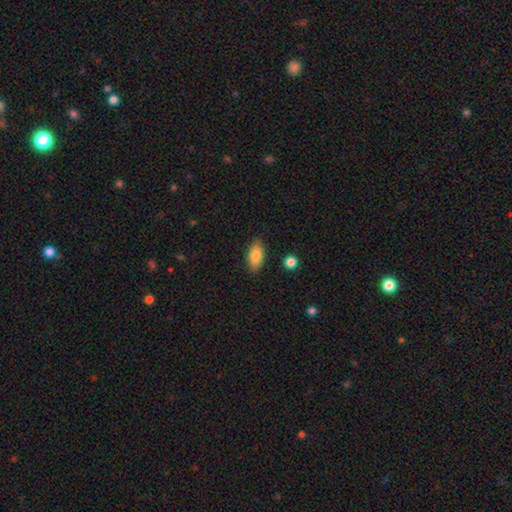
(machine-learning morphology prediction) Q: Smooth or featured?
A: smooth (83%); runner-up: featured or disk (10%)
Q: How rounded?
A: in between (88%); runner-up: cigar-shaped (9%)
Q: Merging?
A: none (86%); runner-up: minor disturbance (10%)